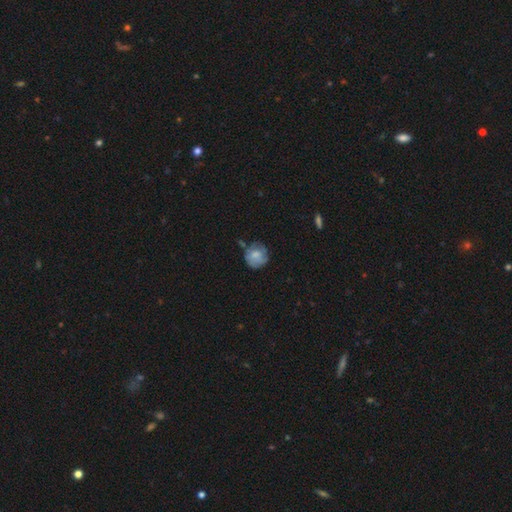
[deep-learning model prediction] A smooth galaxy with no disk features (59%) that is round (84%).

Vote fractions:
- Smooth or featured? smooth: 59% / featured or disk: 33% / star or artifact: 7%
- How rounded? round: 84% / in between: 15% / cigar-shaped: 1%
- Merging? none: 62% / minor disturbance: 25% / major disturbance: 8% / merger: 4%